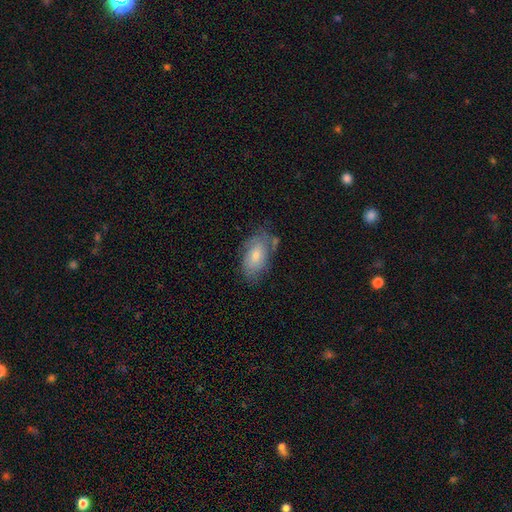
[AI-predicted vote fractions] smooth 62%, featured or disk 31%, star or artifact 7%. Down the decision tree: how rounded — in between (91%); merging — none (60%).